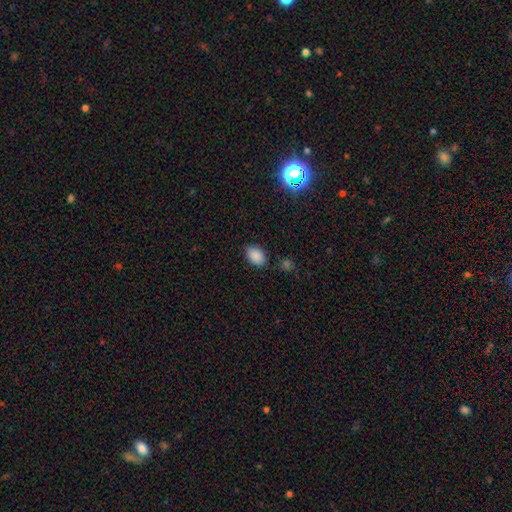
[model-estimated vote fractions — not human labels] This appears to be a smooth galaxy with no disk features (87%) that is in between round and cigar-shaped (84%). Merging: none (82%).